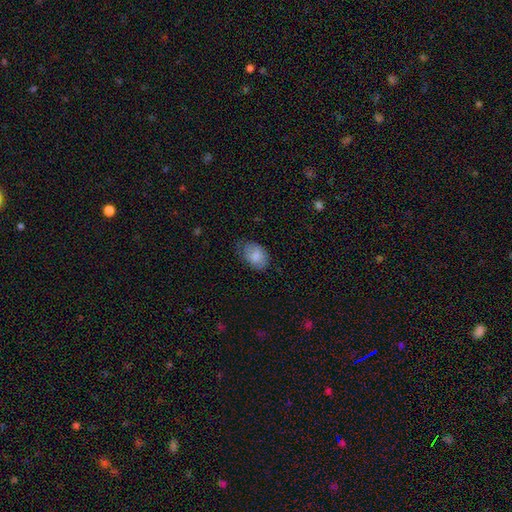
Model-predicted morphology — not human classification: A smooth galaxy with no disk features (80%) that is in between round and cigar-shaped (86%). Merging: none (59%).